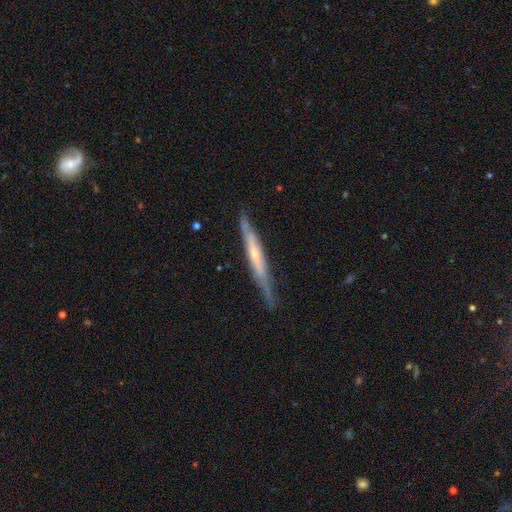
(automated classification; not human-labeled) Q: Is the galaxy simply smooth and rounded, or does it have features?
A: featured or disk — 67%.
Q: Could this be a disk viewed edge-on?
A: yes — 94%.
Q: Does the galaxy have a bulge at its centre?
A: rounded — 48%.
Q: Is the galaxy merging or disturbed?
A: none — 83%.